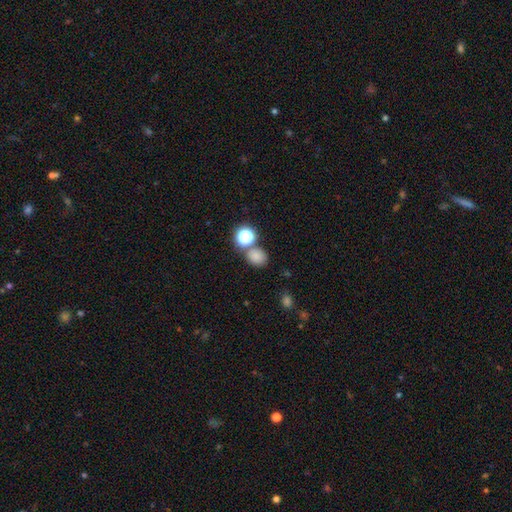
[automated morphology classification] type=smooth (77%); roundness=round (58%); merging=none (67%).